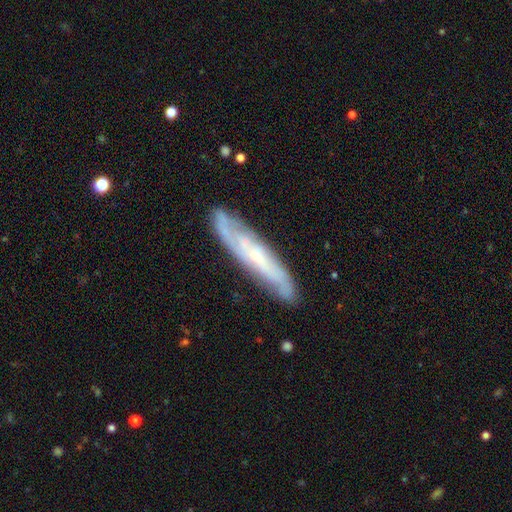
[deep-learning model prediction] featured or disk 73%, smooth 21%, star or artifact 6%. Down the decision tree: edge-on disk — no (57%); merging — none (80%).